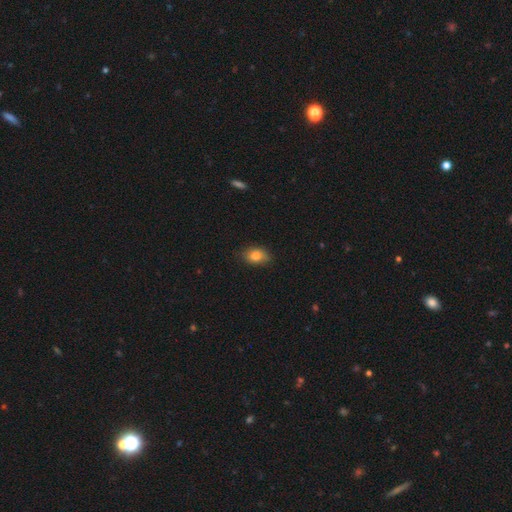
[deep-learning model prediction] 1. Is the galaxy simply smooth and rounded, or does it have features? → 82% smooth, 9% featured or disk, 9% star or artifact.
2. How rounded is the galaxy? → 79% in between, 19% round, 2% cigar-shaped.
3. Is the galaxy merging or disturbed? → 80% none, 16% minor disturbance, 3% major disturbance, 1% merger.